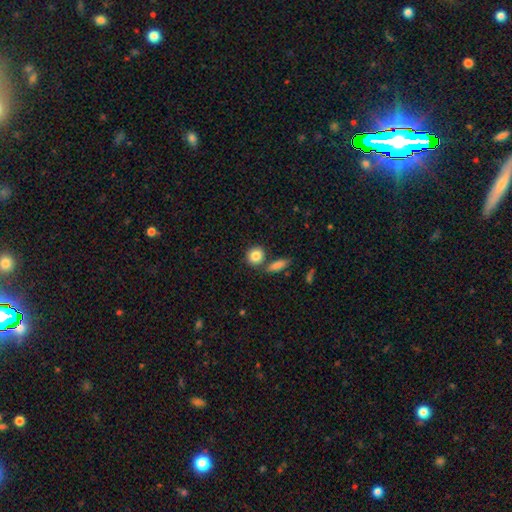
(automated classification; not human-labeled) smooth_or_featured: smooth (p=0.85) [alt: star or artifact p=0.08]
how_rounded: round (p=0.75) [alt: in between p=0.23]
merging: none (p=0.70) [alt: merger p=0.16]